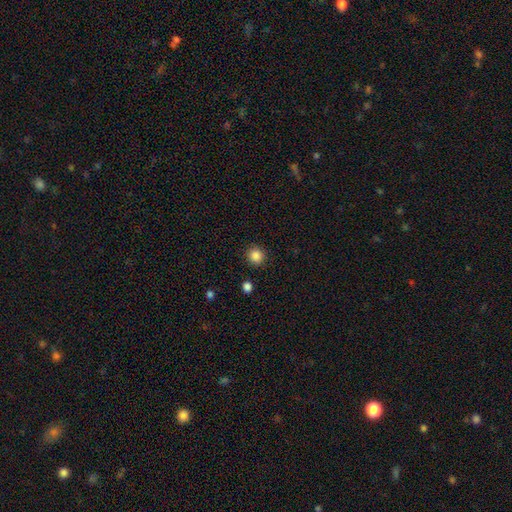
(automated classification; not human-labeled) Overall: smooth (86%). How rounded: round (91%). Merging: none (90%).